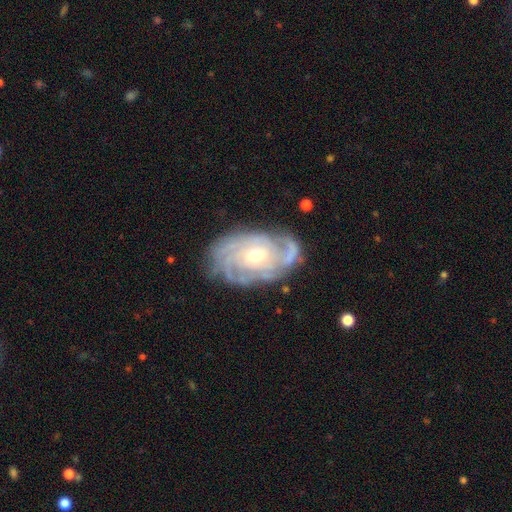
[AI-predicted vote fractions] This is clearly a featured or disk galaxy (89%). It is clearly not viewed edge-on (96%). Bar: likely no (62%). Spiral arm pattern: clearly yes (97%). Spiral arm count: marginally can't tell (30%). Spiral winding: likely tight (73%). Central bulge: possibly moderate (57%). Merging: likely none (73%).